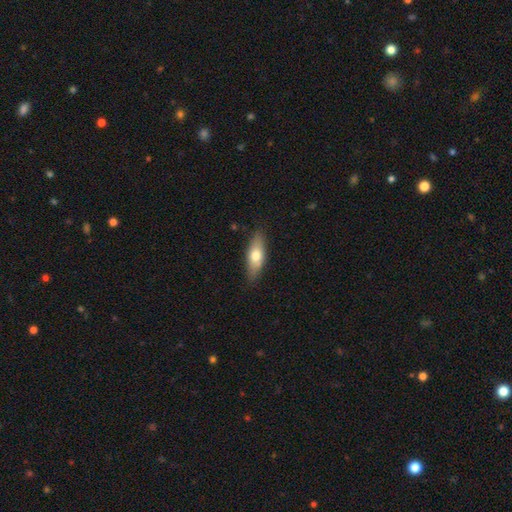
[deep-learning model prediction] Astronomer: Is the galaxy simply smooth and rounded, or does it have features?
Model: smooth — 66%.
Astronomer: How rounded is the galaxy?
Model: in between — 63%.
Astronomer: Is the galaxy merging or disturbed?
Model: none — 85%.